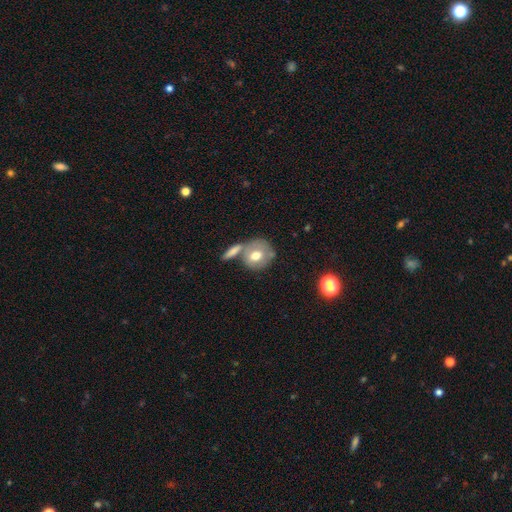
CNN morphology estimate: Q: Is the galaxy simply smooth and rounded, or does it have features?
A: smooth — 63%.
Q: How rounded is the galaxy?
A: round — 75%.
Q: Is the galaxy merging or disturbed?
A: none — 49%.